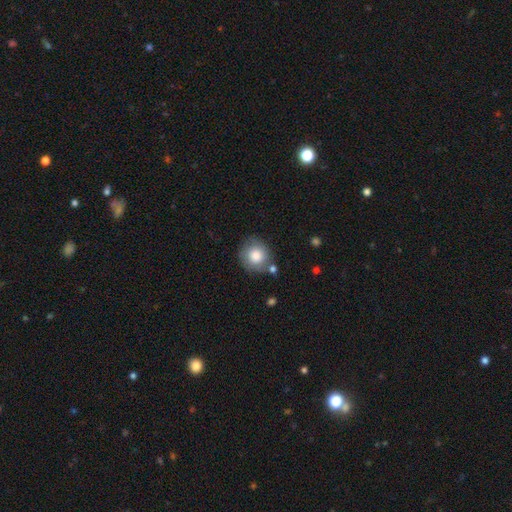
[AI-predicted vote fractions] Smooth or featured?
  - smooth: 81% *
  - featured or disk: 12%
  - star or artifact: 7%
How rounded?
  - round: 87% *
  - in between: 12%
  - cigar-shaped: 1%
Merging?
  - none: 71% *
  - minor disturbance: 17%
  - merger: 7%
  - major disturbance: 5%